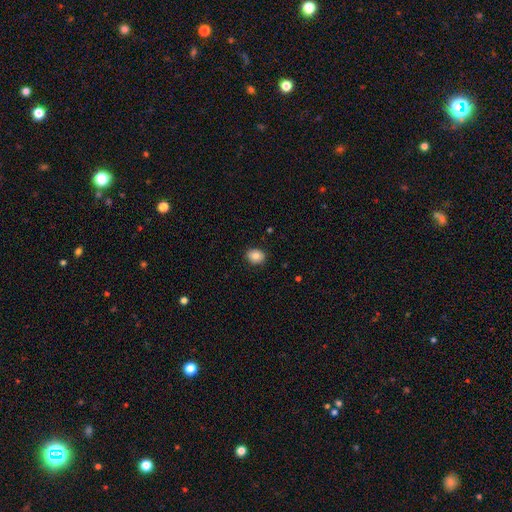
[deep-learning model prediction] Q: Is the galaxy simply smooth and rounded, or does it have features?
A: smooth — 84%.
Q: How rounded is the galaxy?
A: round — 54%.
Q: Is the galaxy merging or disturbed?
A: none — 89%.